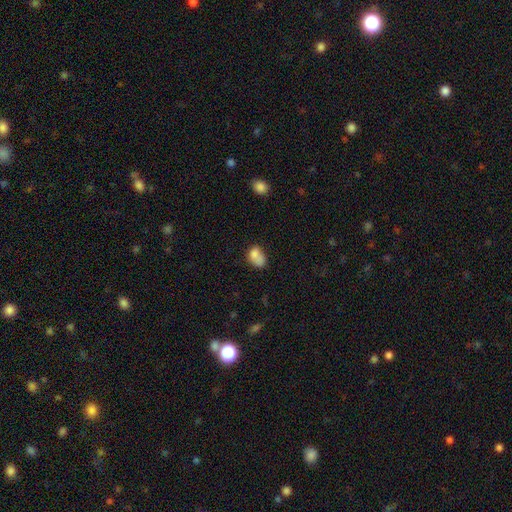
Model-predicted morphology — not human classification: Smooth or featured? smooth (75%)
How rounded? in between (73%)
Merging? merger (37%)